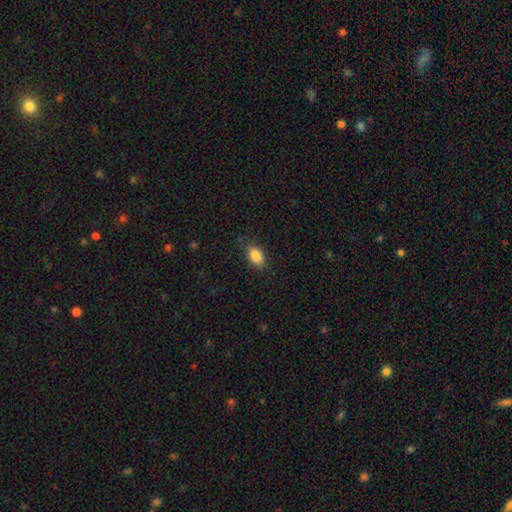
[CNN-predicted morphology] Smooth or featured?
  - smooth: 86% *
  - star or artifact: 8%
  - featured or disk: 6%
How rounded?
  - in between: 88% *
  - round: 10%
  - cigar-shaped: 2%
Merging?
  - none: 85% *
  - minor disturbance: 12%
  - major disturbance: 3%
  - merger: 1%